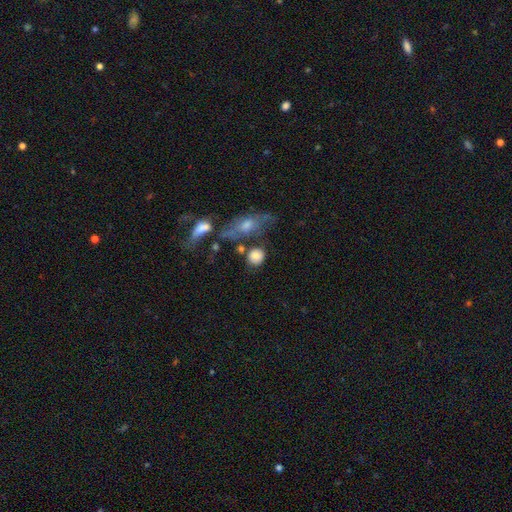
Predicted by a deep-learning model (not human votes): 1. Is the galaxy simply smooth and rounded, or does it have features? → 81% smooth, 11% featured or disk, 9% star or artifact.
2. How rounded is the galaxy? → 78% round, 20% in between, 3% cigar-shaped.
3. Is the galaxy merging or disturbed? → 61% none, 16% minor disturbance, 14% merger, 9% major disturbance.